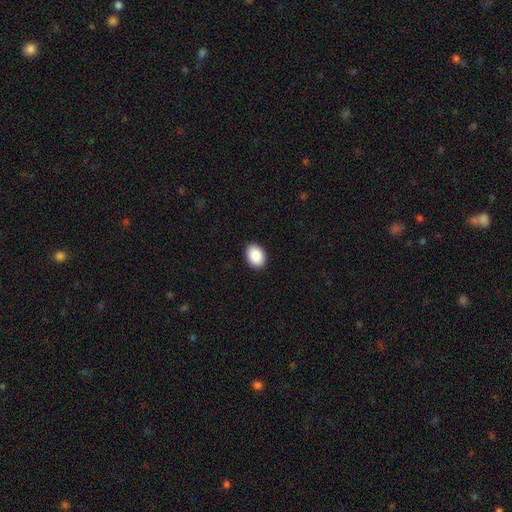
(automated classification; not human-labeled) The model was most divided on "how rounded": in between: 78%, round: 21%, cigar-shaped: 1%. More confident: merging — none (91%); smooth or featured — smooth (90%).